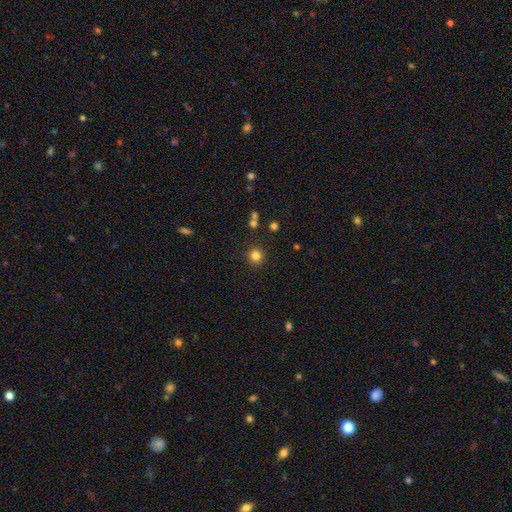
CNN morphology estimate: Overall: smooth (82%). How rounded: round (94%). Merging: none (89%).